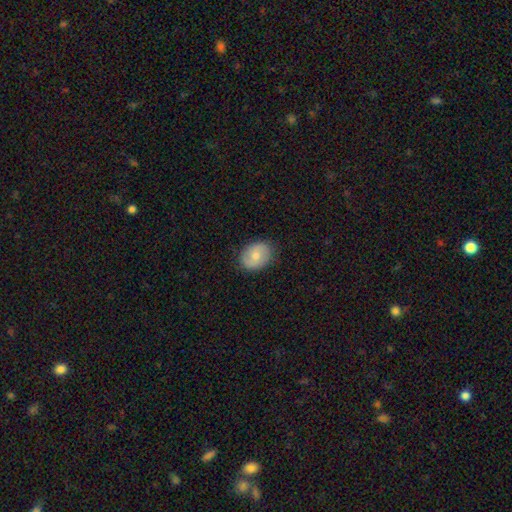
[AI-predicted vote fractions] The model was most divided on "how rounded": in between: 56%, round: 43%, cigar-shaped: 1%. More confident: merging — none (83%); smooth or featured — smooth (64%).